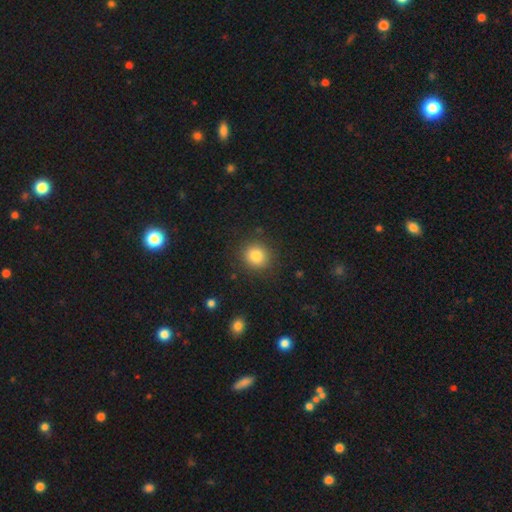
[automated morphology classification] Smooth or featured? Predicted: smooth (p=0.83). How rounded? Predicted: round (p=0.88). Merging? Predicted: none (p=0.88).